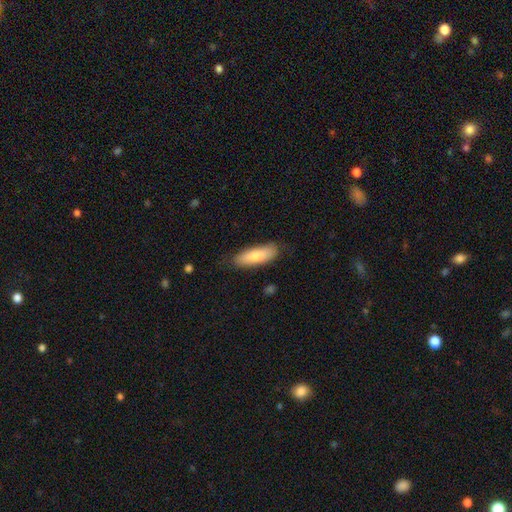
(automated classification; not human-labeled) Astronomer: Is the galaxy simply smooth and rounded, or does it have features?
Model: smooth — 77%.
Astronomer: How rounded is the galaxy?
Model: in between — 60% (runner-up: cigar-shaped, 38%).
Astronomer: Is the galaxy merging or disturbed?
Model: none — 79%.